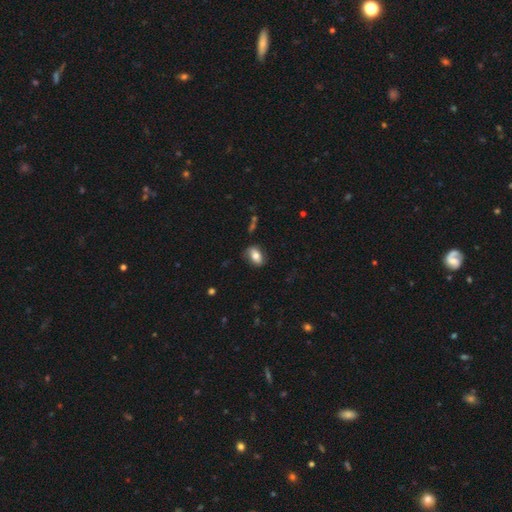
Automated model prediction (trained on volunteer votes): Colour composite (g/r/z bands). It shows a smooth galaxy with no disk features (75%) that is in between round and cigar-shaped (88%). Merging: none (79%).